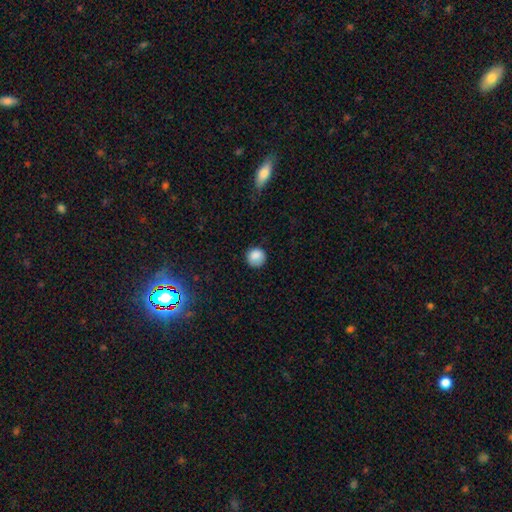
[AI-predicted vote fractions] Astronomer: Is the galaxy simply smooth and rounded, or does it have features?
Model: smooth — 86%.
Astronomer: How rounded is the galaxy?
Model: round — 93%.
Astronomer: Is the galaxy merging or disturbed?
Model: none — 82%.